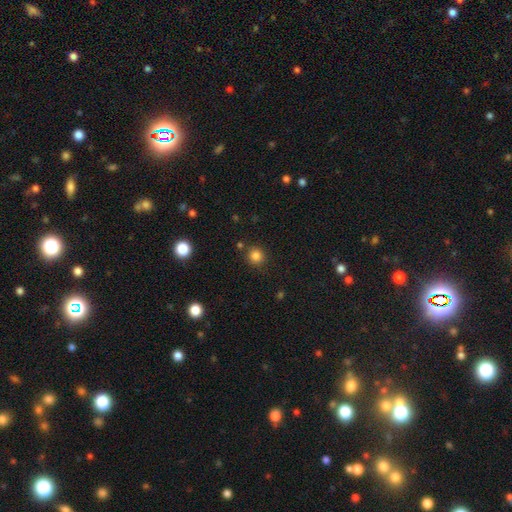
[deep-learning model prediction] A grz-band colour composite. It shows a smooth galaxy with no disk features (82%) that is round (92%). Merging: none (86%).